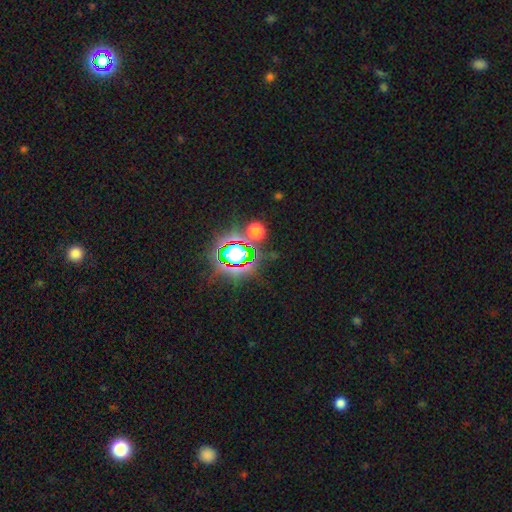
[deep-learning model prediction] This is likely a star or artifact rather than a galaxy (68%).